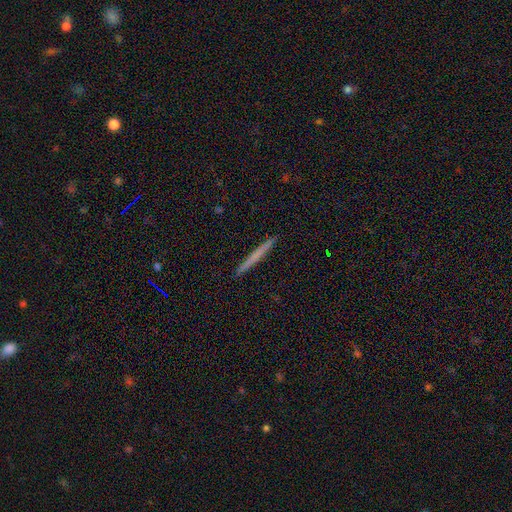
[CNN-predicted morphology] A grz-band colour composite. It shows a smooth galaxy with no disk features (59%) that is cigar-shaped (97%). Merging: none (93%).